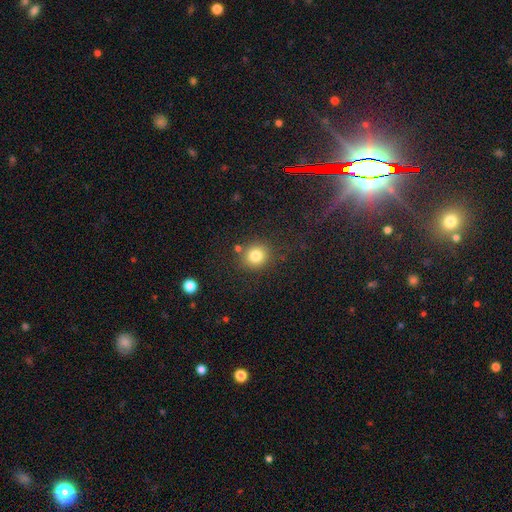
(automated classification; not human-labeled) This is clearly a smooth galaxy (82%). How rounded: clearly round (84%). Merging: likely none (80%).